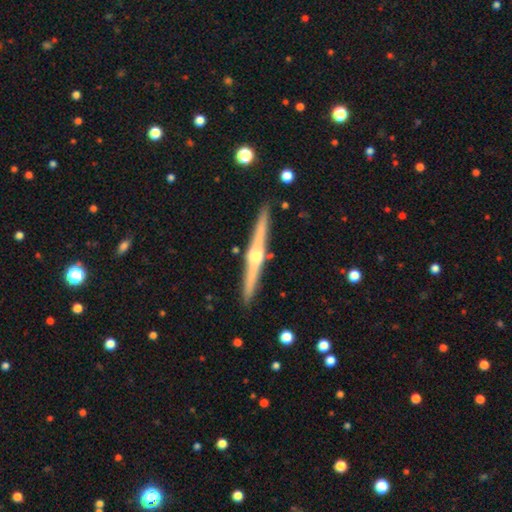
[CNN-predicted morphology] smooth-or-featured: featured or disk: 79% | smooth: 16% | star or artifact: 5%
  disk-edge-on: yes: 98% | no: 2%
    edge-on-bulge: rounded: 92% | boxy: 4% | none: 4%
  merging: none: 91% | minor disturbance: 6% | merger: 2% | major disturbance: 1%